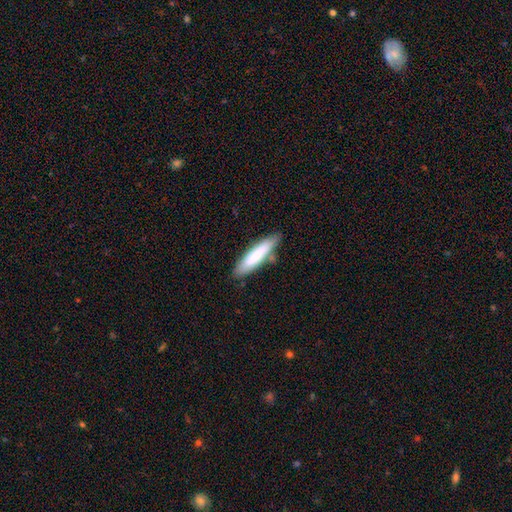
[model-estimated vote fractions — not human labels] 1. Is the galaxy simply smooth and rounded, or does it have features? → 78% smooth, 16% featured or disk, 6% star or artifact.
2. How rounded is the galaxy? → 76% cigar-shaped, 22% in between, 1% round.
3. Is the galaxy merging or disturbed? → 74% none, 16% minor disturbance, 6% merger, 3% major disturbance.